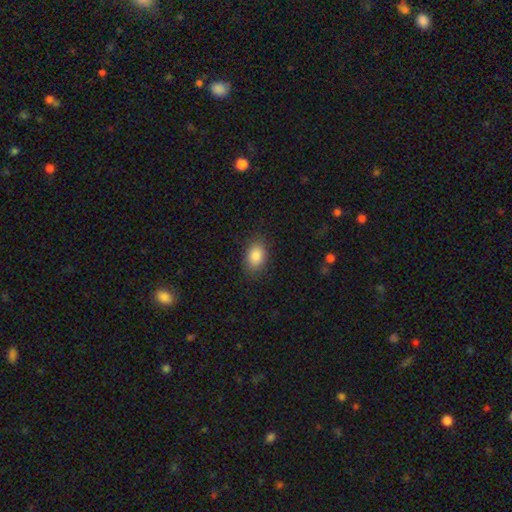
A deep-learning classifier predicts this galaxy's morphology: A smooth galaxy with no disk features (87%) that is in between round and cigar-shaped (87%).

Vote fractions:
- Smooth or featured? smooth: 87% / star or artifact: 7% / featured or disk: 5%
- How rounded? in between: 87% / round: 12% / cigar-shaped: 1%
- Merging? none: 84% / minor disturbance: 11% / major disturbance: 3% / merger: 1%